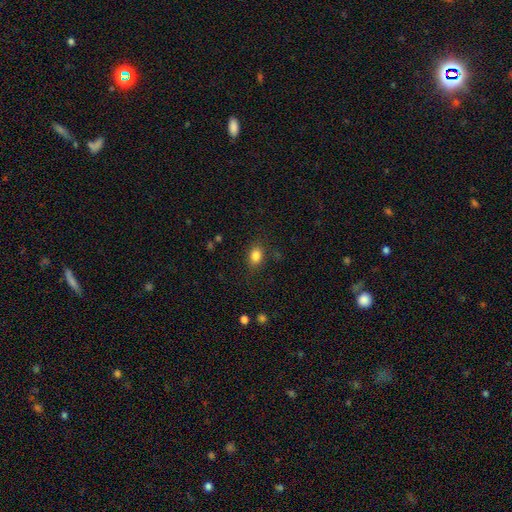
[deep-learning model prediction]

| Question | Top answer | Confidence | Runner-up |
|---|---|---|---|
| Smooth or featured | smooth | 84% | star or artifact (10%) |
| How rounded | in between | 73% | round (25%) |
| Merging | none | 82% | minor disturbance (13%) |